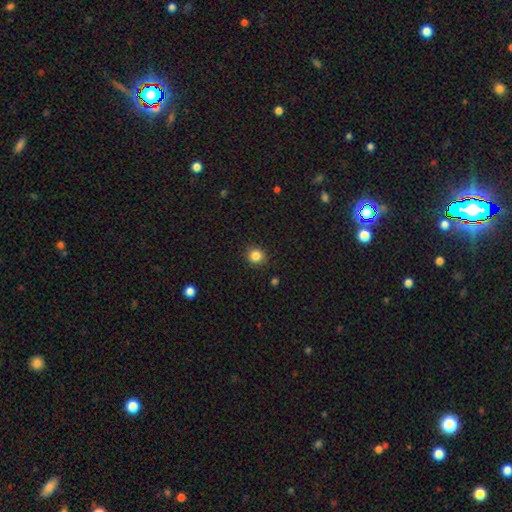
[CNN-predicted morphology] Smooth or featured: smooth — 85% (star or artifact — 11%)
How rounded: round — 91% (in between — 9%)
Merging: none — 90% (minor disturbance — 7%)